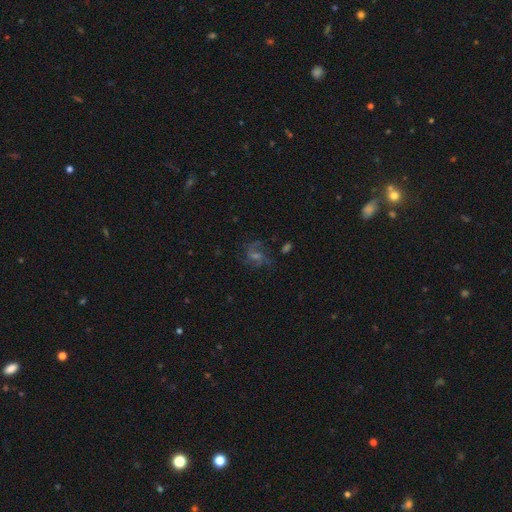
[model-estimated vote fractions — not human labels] Smooth or featured: featured or disk — 62% (star or artifact — 23%)
Edge-on disk: no — 97% (yes — 3%)
Bar: weak — 45% (no — 44%)
Spiral arms: yes — 90% (no — 10%)
Spiral winding: medium — 49% (loose — 33%)
Spiral arm count: 2 — 51% (can't tell — 18%)
Bulge size: small — 44% (moderate — 41%)
Merging: none — 66% (minor disturbance — 16%)